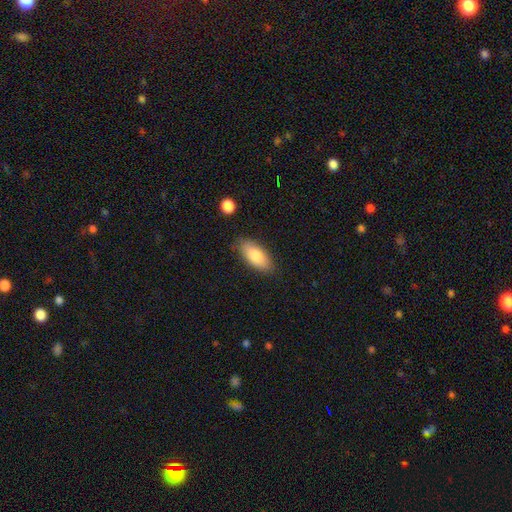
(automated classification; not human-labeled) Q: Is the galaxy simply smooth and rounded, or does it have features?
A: smooth — 80%.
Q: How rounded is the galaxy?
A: in between — 84%.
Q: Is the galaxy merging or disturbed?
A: none — 83%.